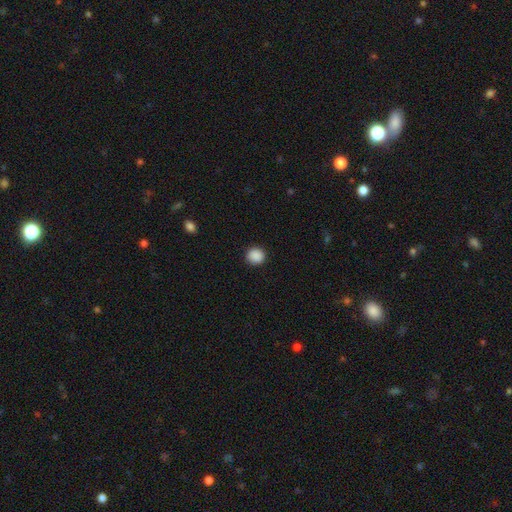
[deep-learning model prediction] smooth 89%, star or artifact 9%, featured or disk 2%. Down the decision tree: how rounded — round (93%); merging — none (92%).